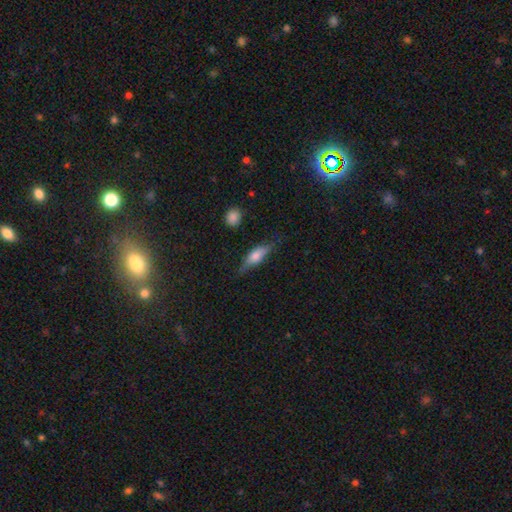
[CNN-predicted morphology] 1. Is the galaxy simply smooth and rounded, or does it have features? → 56% smooth, 37% featured or disk, 7% star or artifact.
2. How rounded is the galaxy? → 56% in between, 40% cigar-shaped, 4% round.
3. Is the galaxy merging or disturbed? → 67% none, 24% minor disturbance, 7% major disturbance, 2% merger.